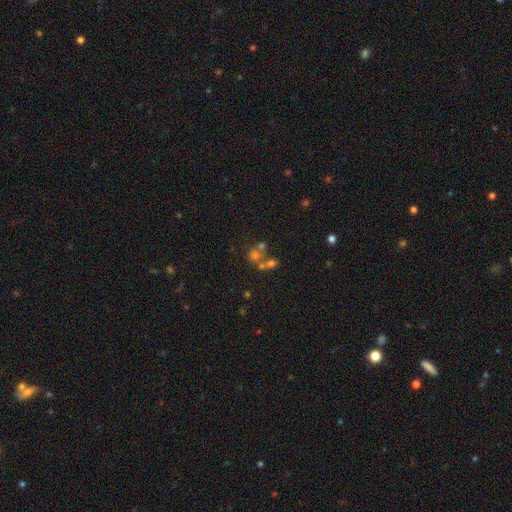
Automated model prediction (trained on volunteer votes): The model was most divided on "merging": merger: 45%, none: 41%, minor disturbance: 7%, major disturbance: 7%. Remaining: smooth or featured — smooth (42%).